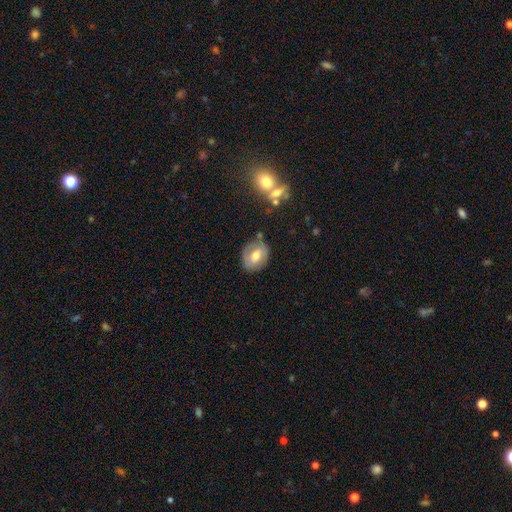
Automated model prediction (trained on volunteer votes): smooth-or-featured: smooth: 53% | featured or disk: 39% | star or artifact: 8%
  how-rounded: in between: 51% | round: 48% | cigar-shaped: 1%
  merging: none: 77% | minor disturbance: 16% | major disturbance: 4% | merger: 3%